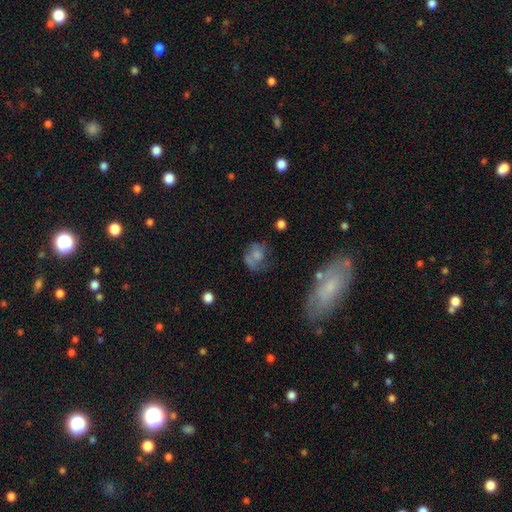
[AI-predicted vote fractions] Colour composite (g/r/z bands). It shows a smooth galaxy with no disk features (58%) that is round (60%). Merging: none (36%).